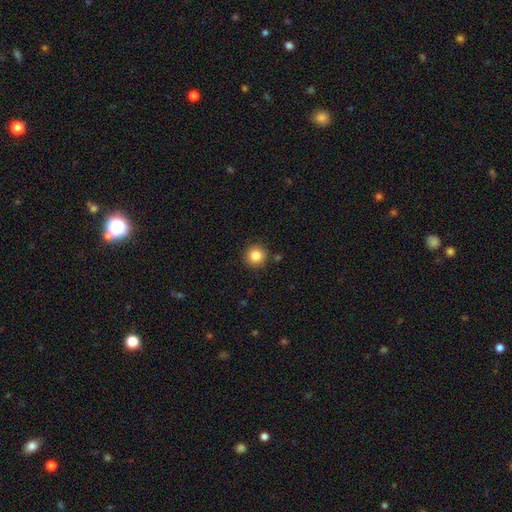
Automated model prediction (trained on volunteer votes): Smooth or featured? smooth (85%)
How rounded? round (95%)
Merging? none (90%)